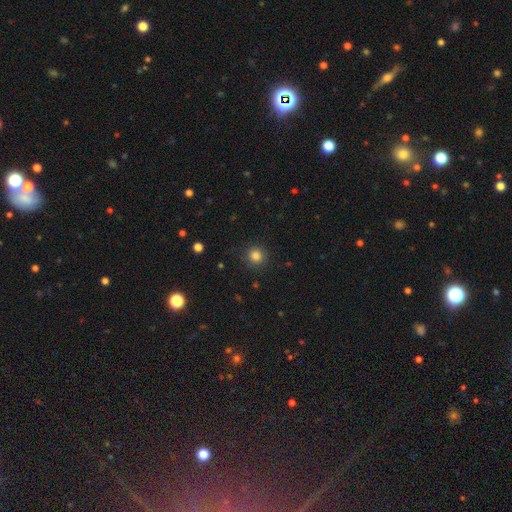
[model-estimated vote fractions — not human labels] smooth 83%, star or artifact 13%, featured or disk 4%. Down the decision tree: how rounded — round (93%); merging — none (90%).